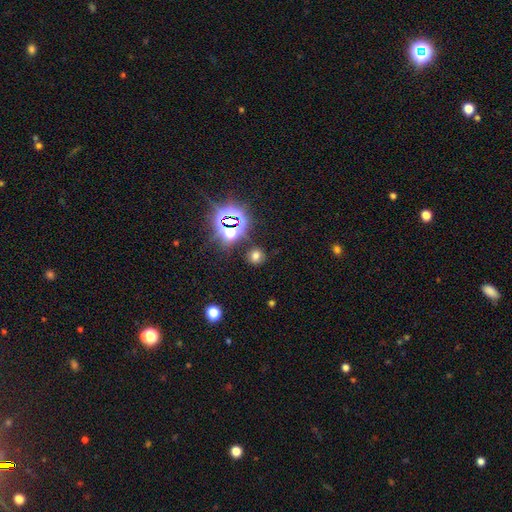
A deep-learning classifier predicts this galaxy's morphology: smooth 59%, star or artifact 33%, featured or disk 8%. Down the decision tree: how rounded — round (78%); merging — none (82%).